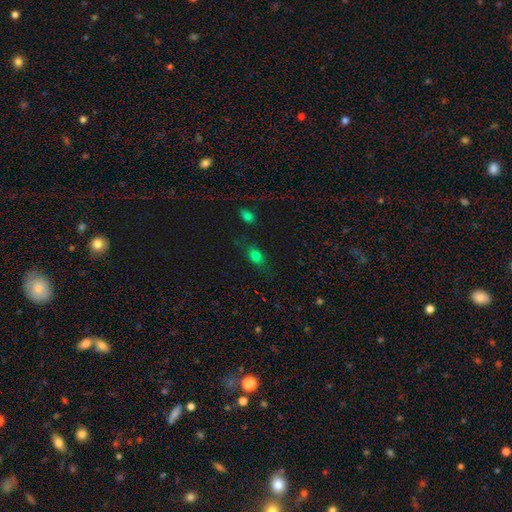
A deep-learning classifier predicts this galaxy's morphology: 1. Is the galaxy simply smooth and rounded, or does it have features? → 71% smooth, 17% star or artifact, 12% featured or disk.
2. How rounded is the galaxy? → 72% in between, 19% round, 9% cigar-shaped.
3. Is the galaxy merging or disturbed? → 69% none, 20% minor disturbance, 7% major disturbance, 4% merger.